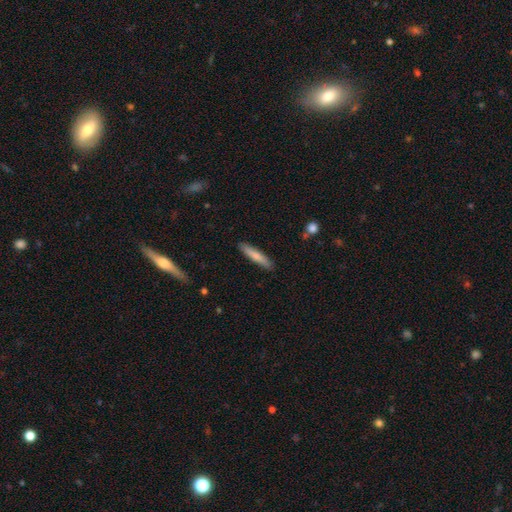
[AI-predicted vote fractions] Smooth or featured? smooth (74%)
How rounded? cigar-shaped (89%)
Merging? none (89%)